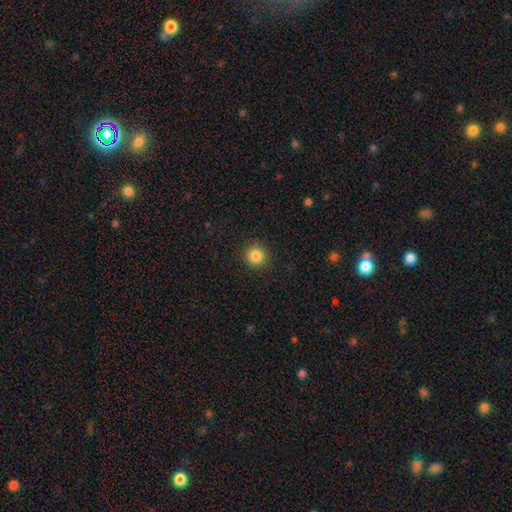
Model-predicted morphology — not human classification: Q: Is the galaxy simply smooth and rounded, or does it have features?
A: smooth — 85%.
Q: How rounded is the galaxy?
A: round — 94%.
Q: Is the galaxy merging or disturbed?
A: none — 92%.